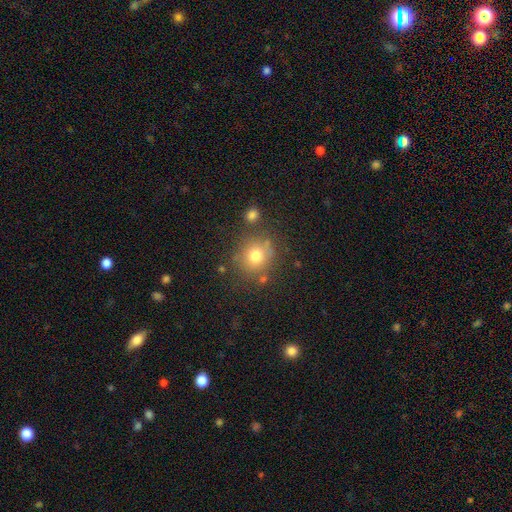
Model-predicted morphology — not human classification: smooth_or_featured: smooth (p=0.75) [alt: star or artifact p=0.14]
how_rounded: round (p=0.86) [alt: in between p=0.13]
merging: none (p=0.75) [alt: minor disturbance p=0.13]